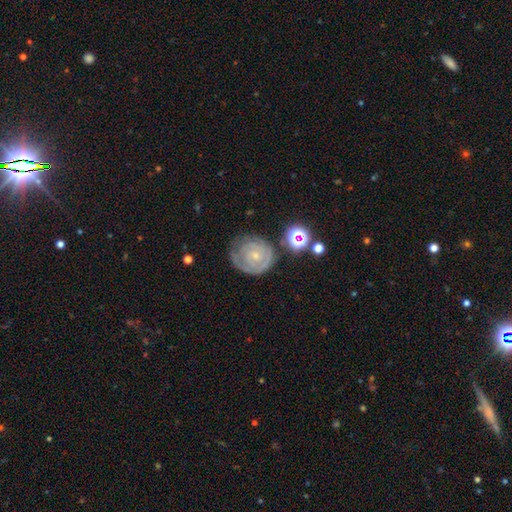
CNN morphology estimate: A featured or disk galaxy (69%) with no bar (81%), tight (76%) spiral arms (83%) and a small central bulge (78%).

Vote fractions:
- Smooth or featured? featured or disk: 69% / smooth: 22% / star or artifact: 9%
- Edge-on disk? no: 98% / yes: 2%
- Bar? no: 81% / weak: 16% / strong: 3%
- Spiral arms? yes: 83% / no: 17%
- Spiral winding? tight: 76% / medium: 19% / loose: 5%
- Spiral arm count? can't tell: 46% / 2: 26% / 3: 11% / 1: 9% / 4: 4% / more than 4: 3%
- Bulge size? small: 78% / moderate: 16% / none: 4% / large: 1% / dominant: 1%
- Merging? none: 60% / minor disturbance: 25% / major disturbance: 12% / merger: 4%